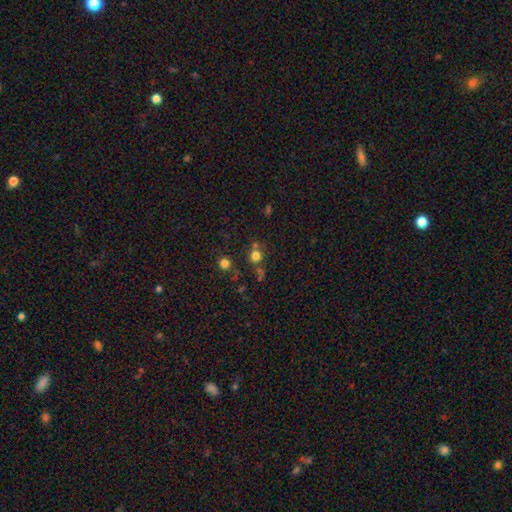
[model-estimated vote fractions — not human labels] Morphology: type=smooth (72%); roundness=round (88%); merging=none (64%).